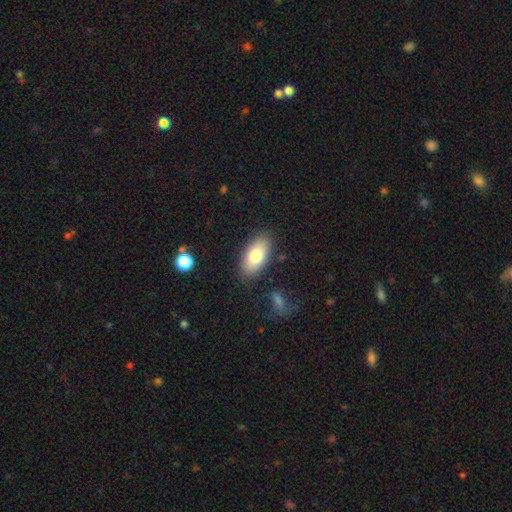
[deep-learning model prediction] A smooth galaxy with no disk features (77%) that is in between round and cigar-shaped (92%). Merging: none (85%).